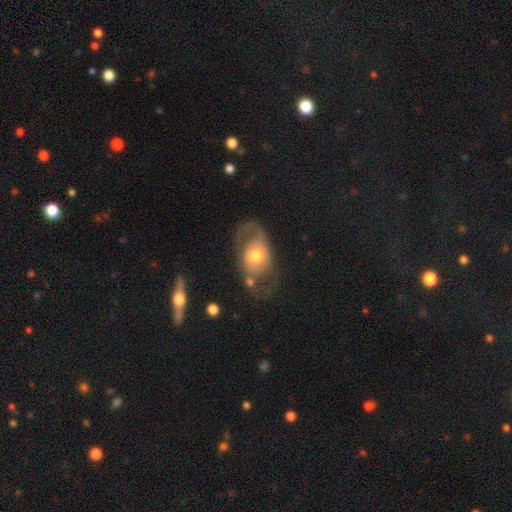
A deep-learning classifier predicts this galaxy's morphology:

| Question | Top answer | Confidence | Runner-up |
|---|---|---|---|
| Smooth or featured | featured or disk | 56% | smooth (38%) |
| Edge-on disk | no | 93% | yes (7%) |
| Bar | no | 76% | weak (20%) |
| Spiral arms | yes | 56% | no (44%) |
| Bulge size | moderate | 68% | large (17%) |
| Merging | none | 45% | major disturbance (28%) |